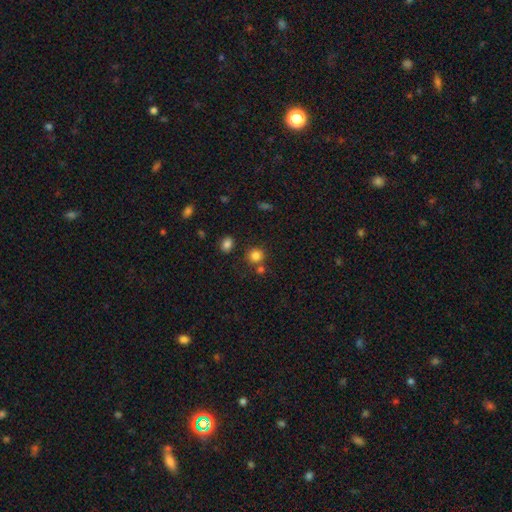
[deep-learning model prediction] smooth_or_featured: smooth (p=0.82) [alt: star or artifact p=0.13]
how_rounded: round (p=0.89) [alt: in between p=0.10]
merging: none (p=0.74) [alt: merger p=0.14]